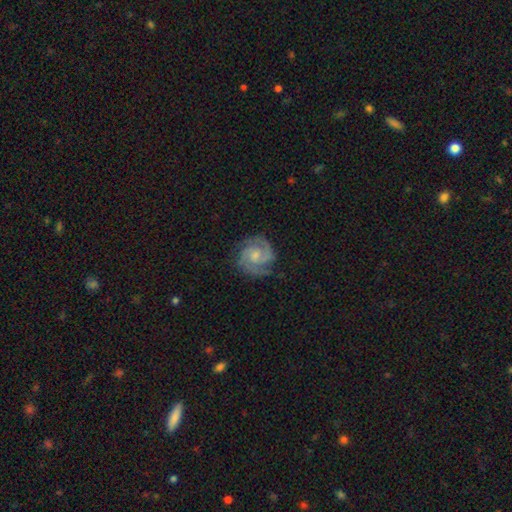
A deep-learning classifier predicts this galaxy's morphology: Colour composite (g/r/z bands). It shows a featured or disk galaxy (87%) with no bar (56%), 2 (76%) tight (52%) spiral arms (98%) and a small central bulge (47%). Merging: none (77%).